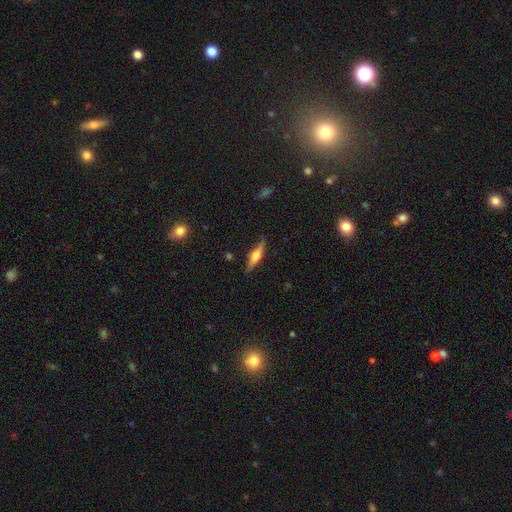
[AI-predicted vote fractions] This appears to be a featured or disk galaxy (55%) viewed edge-on (95%) with a rounded central bulge (86%). Merging: none (84%).